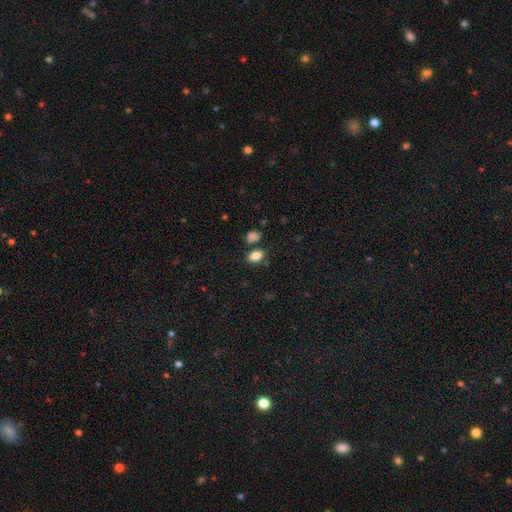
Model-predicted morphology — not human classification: smooth 85%, star or artifact 10%, featured or disk 5%. Down the decision tree: how rounded — in between (86%); merging — none (73%).